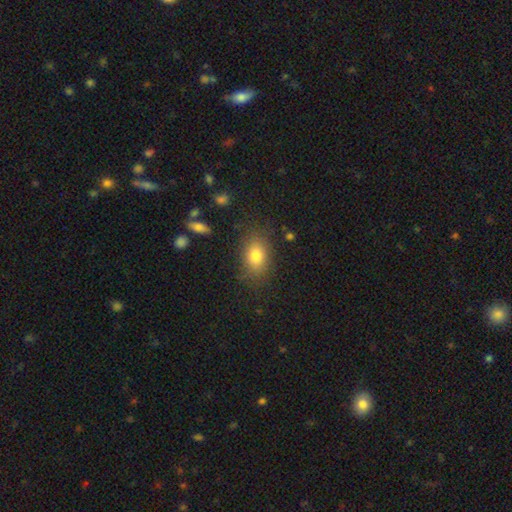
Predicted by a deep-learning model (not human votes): Smooth or featured: smooth — 81% (featured or disk — 10%)
How rounded: in between — 79% (round — 20%)
Merging: none — 80% (minor disturbance — 13%)